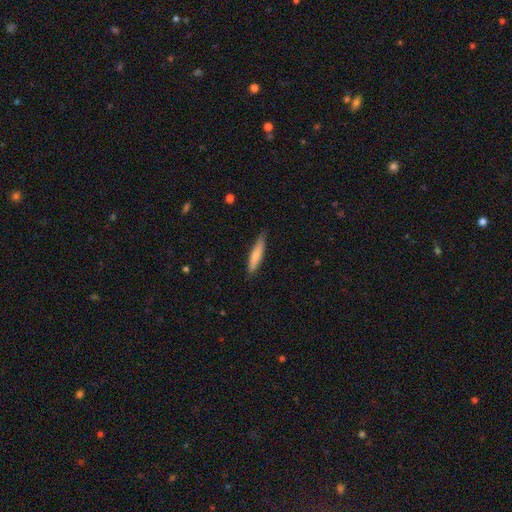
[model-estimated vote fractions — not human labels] smooth-or-featured: smooth: 75% | featured or disk: 19% | star or artifact: 5%
  how-rounded: cigar-shaped: 86% | in between: 13% | round: 1%
  merging: none: 79% | minor disturbance: 17% | major disturbance: 2% | merger: 1%